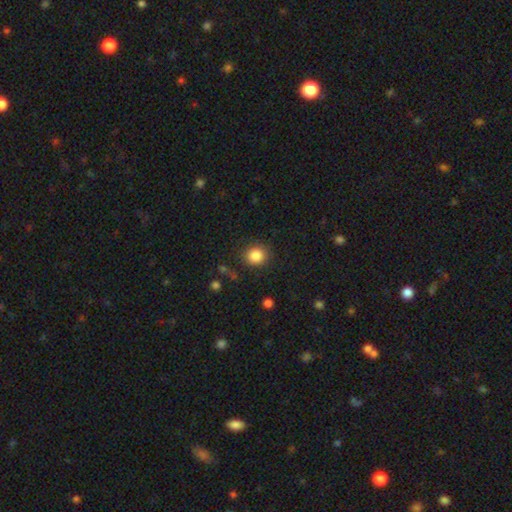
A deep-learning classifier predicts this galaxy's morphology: type=smooth (85%); roundness=round (86%); merging=none (86%).